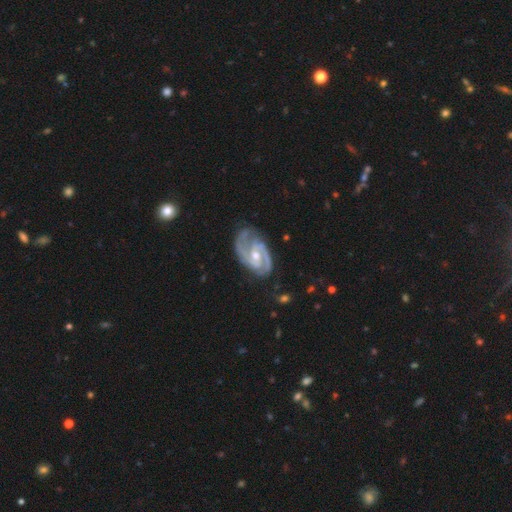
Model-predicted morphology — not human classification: type=featured or disk (92%); edge-on=no (97%); bar=weak (43%); spiral arms=yes (98%); winding=tight (49%); arm count=2 (76%); bulge=moderate (63%); merging=none (72%).